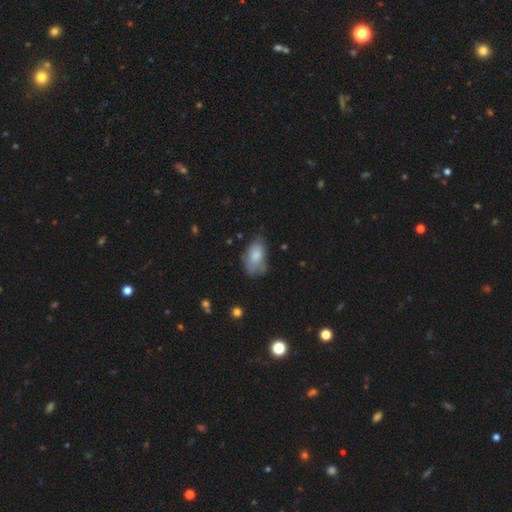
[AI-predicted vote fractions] Q: Smooth or featured?
A: smooth (80%); runner-up: featured or disk (13%)
Q: How rounded?
A: in between (92%); runner-up: round (5%)
Q: Merging?
A: none (53%); runner-up: minor disturbance (33%)